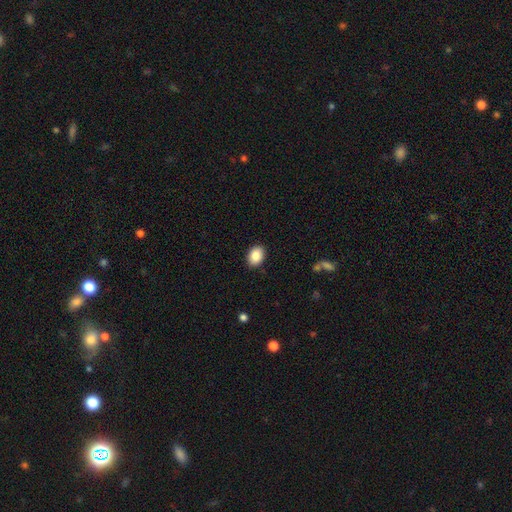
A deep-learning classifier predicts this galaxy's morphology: The model was most divided on "how rounded": in between: 75%, round: 24%, cigar-shaped: 1%. More confident: merging — none (89%); smooth or featured — smooth (88%).